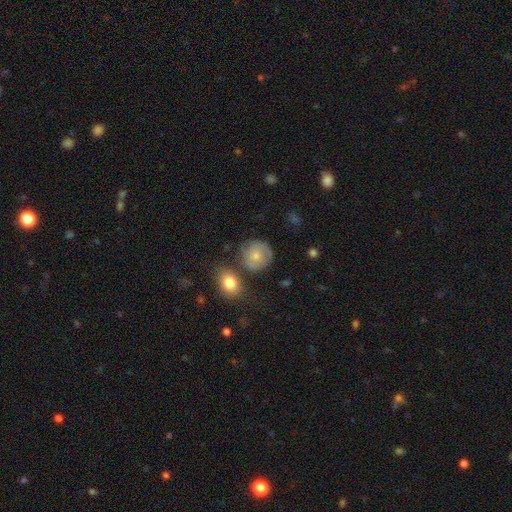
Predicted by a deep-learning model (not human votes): Q: Smooth or featured?
A: smooth (61%); runner-up: featured or disk (30%)
Q: How rounded?
A: round (85%); runner-up: in between (14%)
Q: Merging?
A: none (63%); runner-up: minor disturbance (21%)